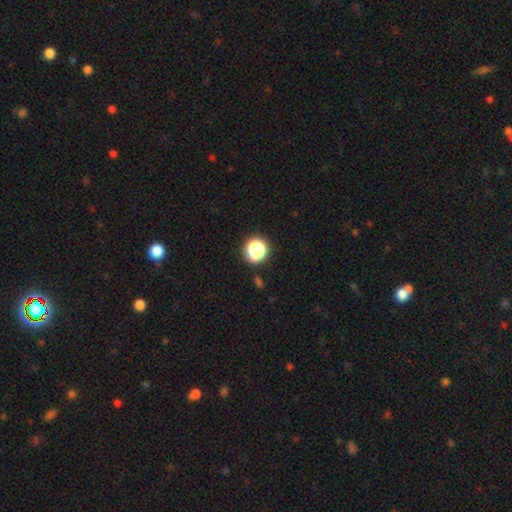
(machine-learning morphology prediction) This is likely a smooth galaxy (61%). How rounded: clearly round (85%). Merging: clearly none (82%).